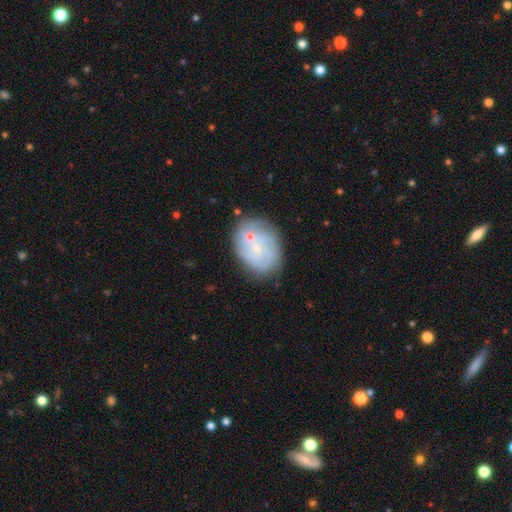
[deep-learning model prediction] smooth_or_featured: featured or disk (p=0.60) [alt: smooth p=0.32]
disk_edge_on: no (p=0.97) [alt: yes p=0.03]
bar: no (p=0.83) [alt: weak p=0.14]
has_spiral_arms: yes (p=0.64) [alt: no p=0.36]
bulge_size: small (p=0.77) [alt: moderate p=0.14]
merging: none (p=0.56) [alt: minor disturbance p=0.20]